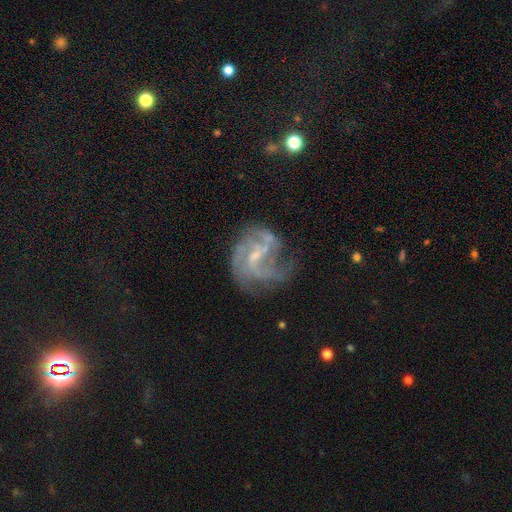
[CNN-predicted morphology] smooth-or-featured: featured or disk: 80% | star or artifact: 11% | smooth: 9%
  disk-edge-on: no: 98% | yes: 2%
    bar: weak: 52% | no: 30% | strong: 18%
    has-spiral-arms: yes: 89% | no: 11%
      spiral-winding: medium: 45% | tight: 28% | loose: 27%
      spiral-arm-count: 3: 28% | can't tell: 27% | 2: 21% | 4: 10% | 1: 7% | more than 4: 6%
    bulge-size: small: 61% | moderate: 21% | none: 15% | large: 1% | dominant: 1%
  merging: none: 53% | major disturbance: 23% | minor disturbance: 21% | merger: 4%